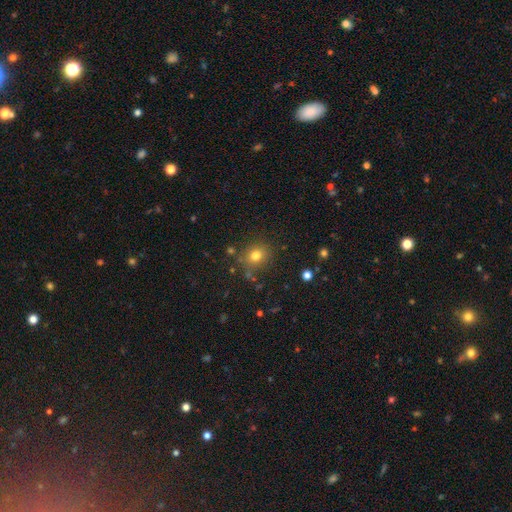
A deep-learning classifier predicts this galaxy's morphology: A smooth galaxy with no disk features (76%) that is round (76%).

Vote fractions:
- Smooth or featured? smooth: 76% / star or artifact: 16% / featured or disk: 8%
- How rounded? round: 76% / in between: 23% / cigar-shaped: 1%
- Merging? none: 80% / minor disturbance: 12% / merger: 4% / major disturbance: 4%